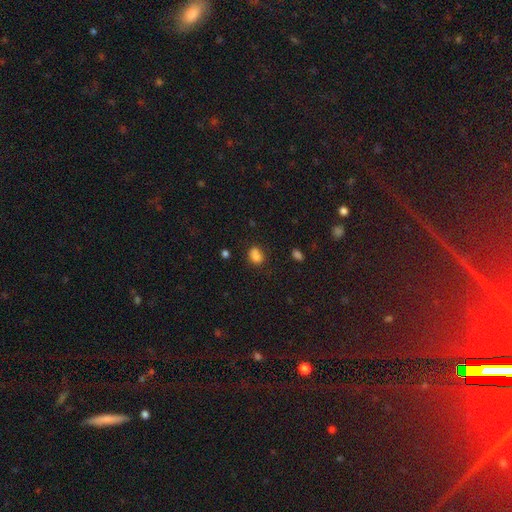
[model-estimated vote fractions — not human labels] Morphology: type=smooth (80%); roundness=in between (58%); merging=none (56%).